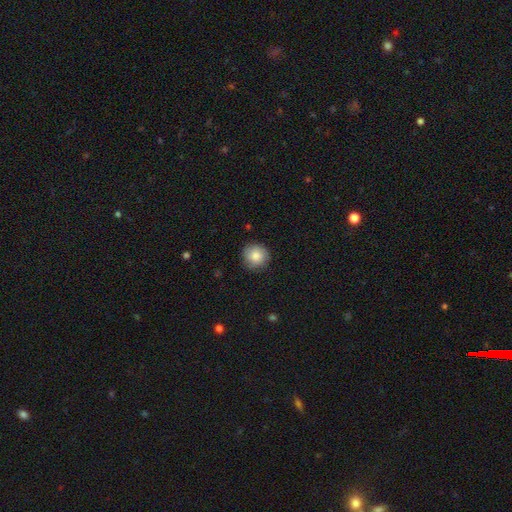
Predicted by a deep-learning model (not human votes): Smooth or featured: smooth — 84% (featured or disk — 8%)
How rounded: round — 93% (in between — 6%)
Merging: none — 87% (minor disturbance — 10%)